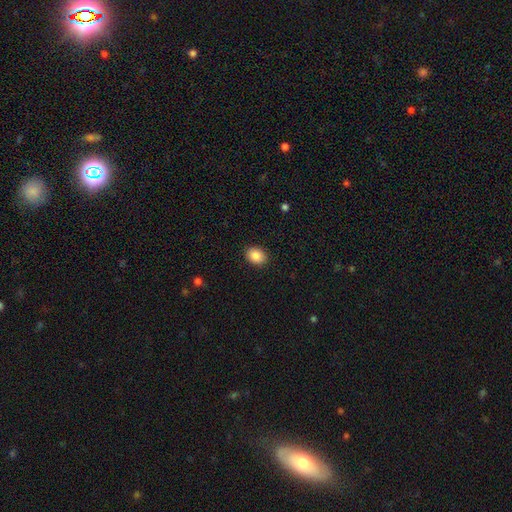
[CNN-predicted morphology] Smooth or featured: smooth — 88% (star or artifact — 8%)
How rounded: in between — 66% (round — 33%)
Merging: none — 90% (minor disturbance — 7%)